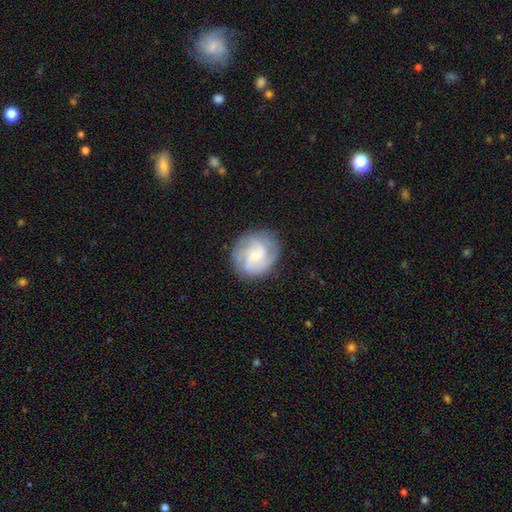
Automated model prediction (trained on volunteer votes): Smooth or featured? Predicted: featured or disk (p=0.76). Edge-on disk? Predicted: no (p=0.98). Bar? Predicted: no (p=0.52). Spiral arms? Predicted: yes (p=0.95). Spiral winding? Predicted: medium (p=0.46). Spiral arm count? Predicted: 3 (p=0.41). Bulge size? Predicted: small (p=0.62). Merging? Predicted: none (p=0.81).